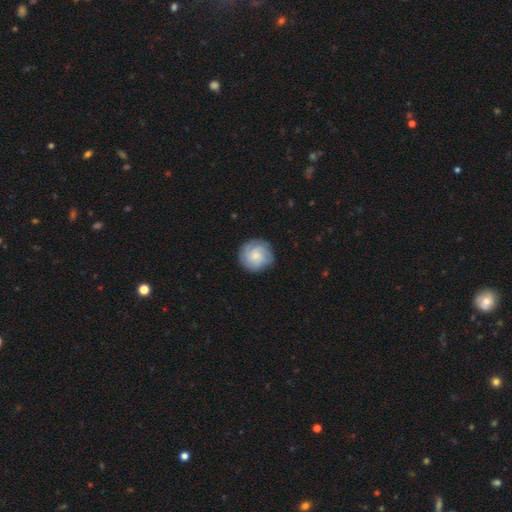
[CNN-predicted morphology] Smooth or featured?
  - featured or disk: 64% *
  - smooth: 29%
  - star or artifact: 7%
Edge-on disk?
  - no: 98% *
  - yes: 2%
Bar?
  - no: 71% *
  - weak: 26%
  - strong: 3%
Spiral arms?
  - yes: 95% *
  - no: 5%
Spiral winding?
  - tight: 68% *
  - medium: 26%
  - loose: 6%
Spiral arm count?
  - 3: 33% *
  - can't tell: 26%
  - 4: 17%
  - 2: 12%
  - more than 4: 6%
  - 1: 6%
Bulge size?
  - small: 45% *
  - moderate: 31%
  - none: 16%
  - large: 7%
  - dominant: 2%
Merging?
  - none: 84% *
  - minor disturbance: 12%
  - major disturbance: 3%
  - merger: 1%